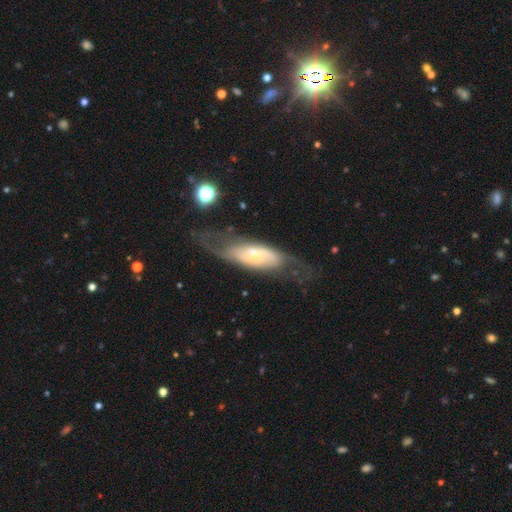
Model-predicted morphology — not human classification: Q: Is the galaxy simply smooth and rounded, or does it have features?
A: featured or disk — 68%.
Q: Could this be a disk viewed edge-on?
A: no — 76%.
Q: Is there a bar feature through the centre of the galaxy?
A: no — 44%.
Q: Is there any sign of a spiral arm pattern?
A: yes — 72%.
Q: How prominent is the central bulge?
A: small — 50%.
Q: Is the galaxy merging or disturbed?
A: none — 53%.